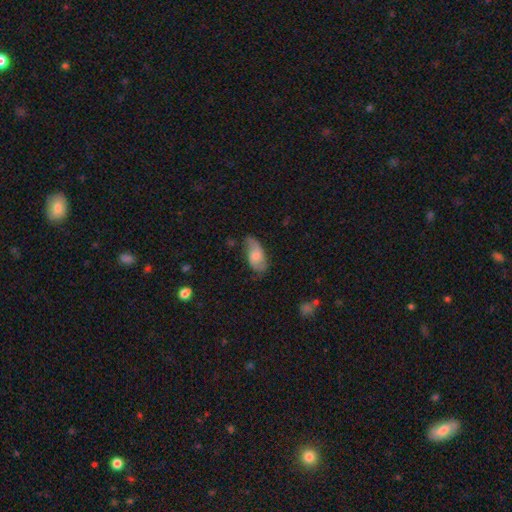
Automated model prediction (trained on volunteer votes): Smooth or featured? Predicted: smooth (p=0.55). How rounded? Predicted: in between (p=0.90). Merging? Predicted: none (p=0.56).